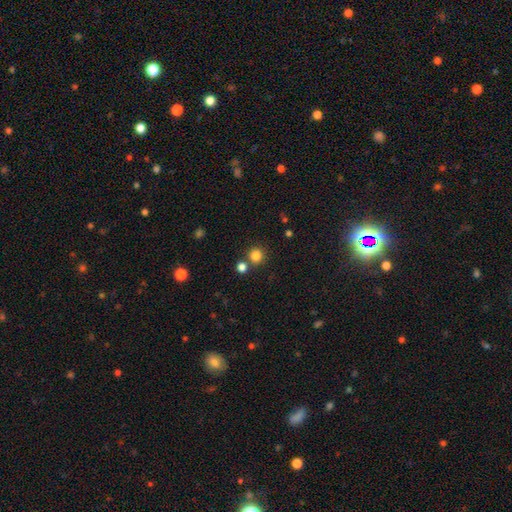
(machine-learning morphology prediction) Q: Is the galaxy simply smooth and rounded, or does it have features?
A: smooth — 83%.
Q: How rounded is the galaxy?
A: round — 92%.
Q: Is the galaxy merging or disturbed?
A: none — 76%.